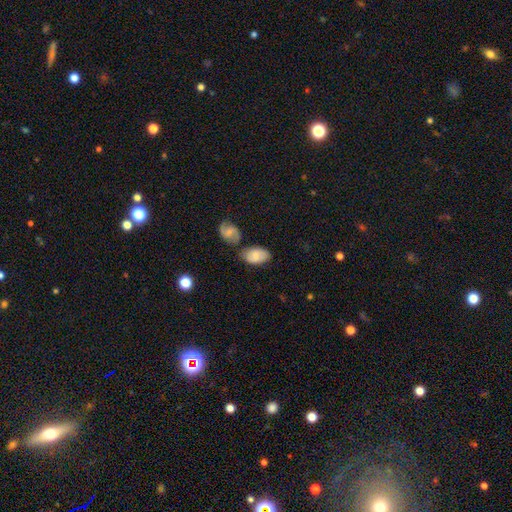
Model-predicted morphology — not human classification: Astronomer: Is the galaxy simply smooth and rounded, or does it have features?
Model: smooth — 66%.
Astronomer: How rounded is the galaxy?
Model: in between — 91%.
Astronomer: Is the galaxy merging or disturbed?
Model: none — 63%.